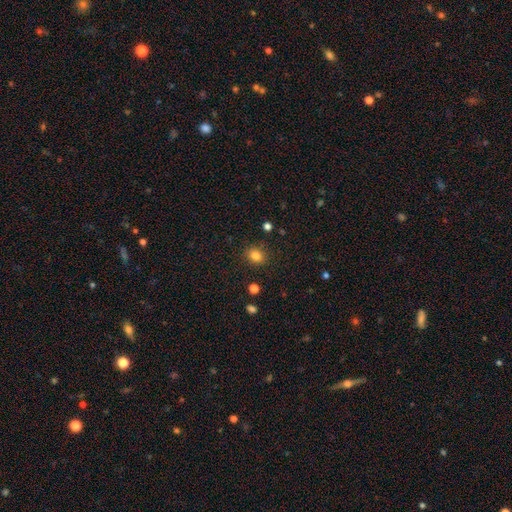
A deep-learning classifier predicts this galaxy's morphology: A smooth galaxy with no disk features (82%) that is round (59%). Merging: none (88%).